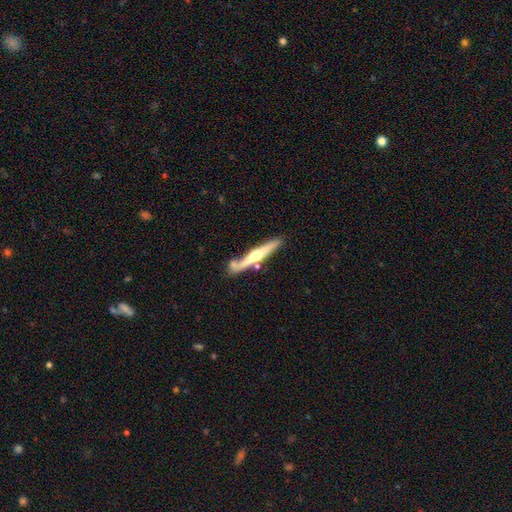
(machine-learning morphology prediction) featured or disk 61%, smooth 34%, star or artifact 5%. Down the decision tree: edge-on disk — yes (96%); edge-on bulge — rounded (89%); merging — none (69%).